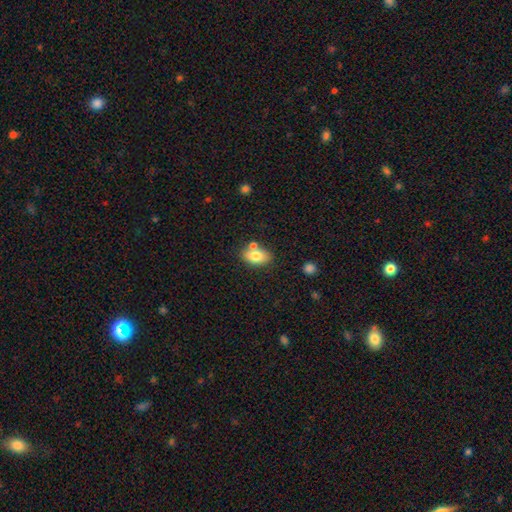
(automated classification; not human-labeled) Smooth or featured?
  - smooth: 78% *
  - featured or disk: 14%
  - star or artifact: 8%
How rounded?
  - in between: 87% *
  - round: 11%
  - cigar-shaped: 2%
Merging?
  - none: 66% *
  - merger: 17%
  - minor disturbance: 13%
  - major disturbance: 3%